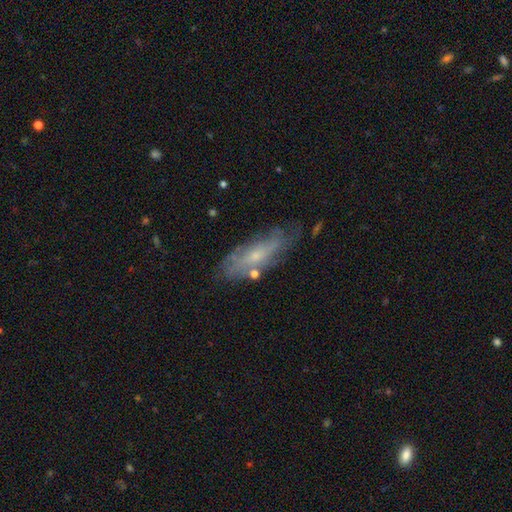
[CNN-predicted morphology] Smooth or featured? Predicted: featured or disk (p=0.56). Edge-on disk? Predicted: no (p=0.73). Merging? Predicted: none (p=0.64).